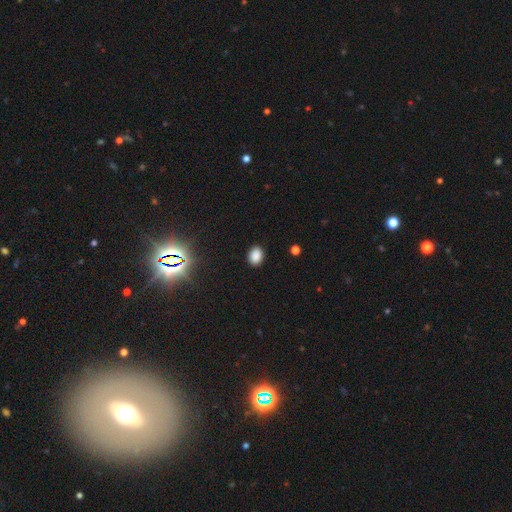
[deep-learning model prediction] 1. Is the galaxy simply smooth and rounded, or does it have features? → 84% smooth, 12% star or artifact, 3% featured or disk.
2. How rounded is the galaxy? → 67% in between, 32% round, 1% cigar-shaped.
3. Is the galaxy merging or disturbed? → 89% none, 8% minor disturbance, 2% major disturbance, 1% merger.